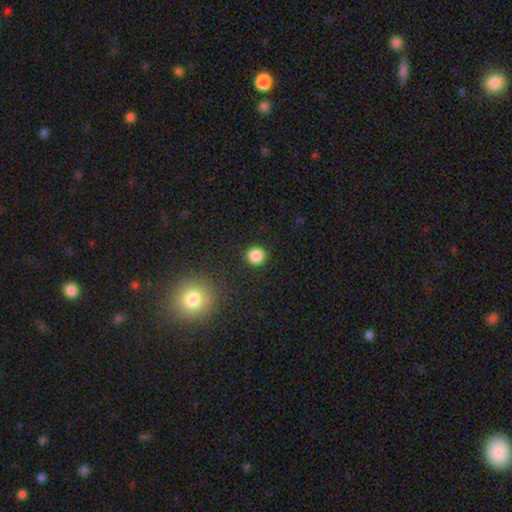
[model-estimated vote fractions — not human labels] Smooth or featured?
  - smooth: 85% *
  - star or artifact: 11%
  - featured or disk: 3%
How rounded?
  - round: 92% *
  - in between: 8%
  - cigar-shaped: 1%
Merging?
  - none: 91% *
  - minor disturbance: 6%
  - major disturbance: 2%
  - merger: 1%